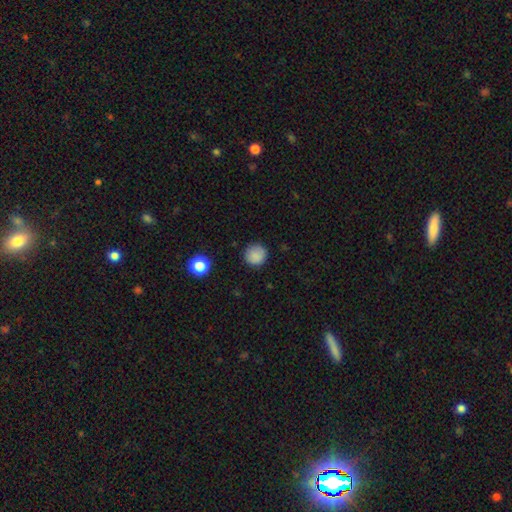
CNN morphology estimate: smooth 86%, star or artifact 10%, featured or disk 4%. Down the decision tree: how rounded — round (94%); merging — none (87%).